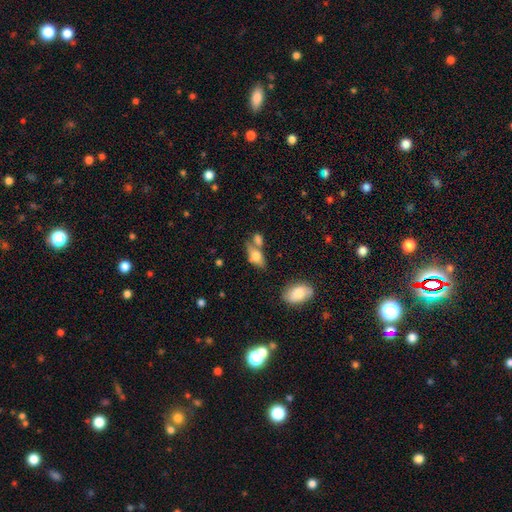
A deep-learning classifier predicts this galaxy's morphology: Q: Smooth or featured?
A: smooth (69%); runner-up: featured or disk (21%)
Q: How rounded?
A: in between (83%); runner-up: cigar-shaped (10%)
Q: Merging?
A: none (43%); runner-up: merger (33%)